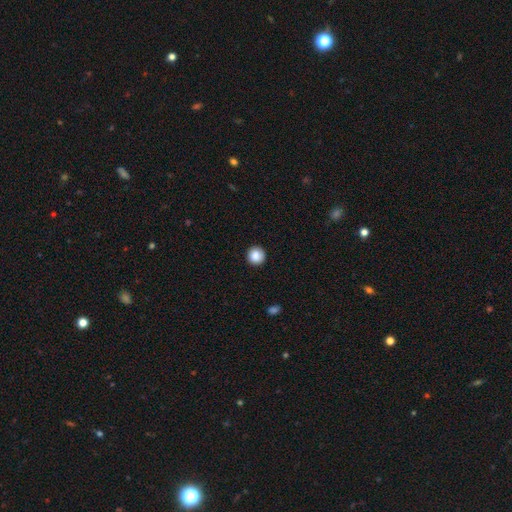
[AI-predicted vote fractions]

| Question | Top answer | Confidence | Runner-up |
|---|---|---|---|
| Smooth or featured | smooth | 87% | star or artifact (9%) |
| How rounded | round | 95% | in between (4%) |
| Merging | none | 91% | minor disturbance (6%) |